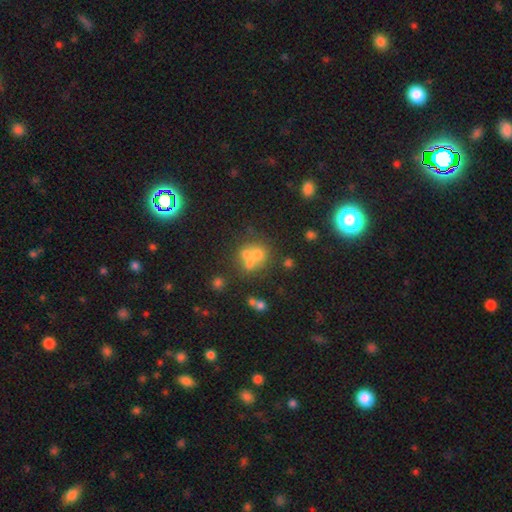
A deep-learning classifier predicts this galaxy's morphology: Smooth or featured? smooth (50%)
How rounded? round (79%)
Merging? merger (50%)